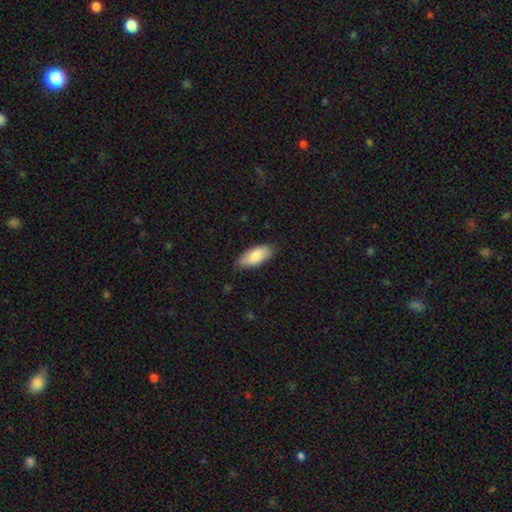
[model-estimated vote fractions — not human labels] Smooth or featured?
  - smooth: 84% *
  - featured or disk: 11%
  - star or artifact: 6%
How rounded?
  - in between: 87% *
  - cigar-shaped: 11%
  - round: 2%
Merging?
  - none: 79% *
  - minor disturbance: 17%
  - major disturbance: 3%
  - merger: 1%